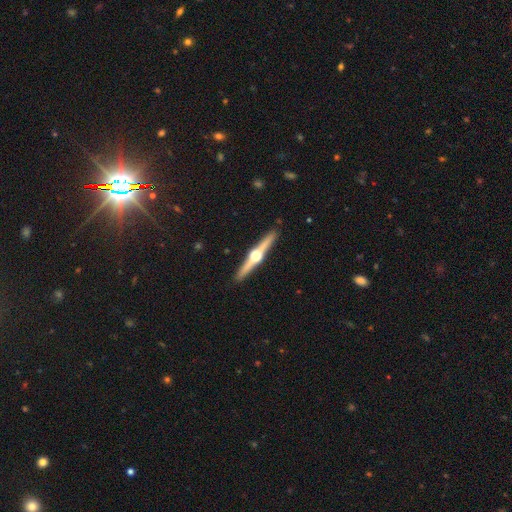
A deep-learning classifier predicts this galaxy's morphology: A featured or disk galaxy (83%) viewed edge-on (98%) with a rounded central bulge (97%).

Vote fractions:
- Smooth or featured? featured or disk: 83% / smooth: 12% / star or artifact: 5%
- Edge-on disk? yes: 98% / no: 2%
- Edge-on bulge? rounded: 97% / boxy: 2% / none: 1%
- Merging? none: 92% / minor disturbance: 5% / major disturbance: 1% / merger: 1%